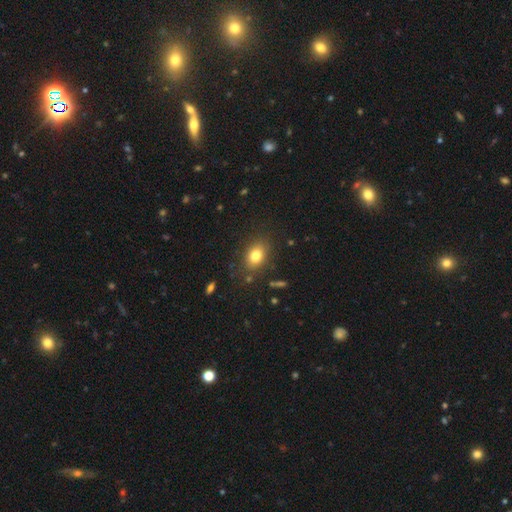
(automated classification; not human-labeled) The model was most divided on "how rounded": in between: 67%, round: 31%, cigar-shaped: 1%. More confident: merging — none (83%); smooth or featured — smooth (79%).